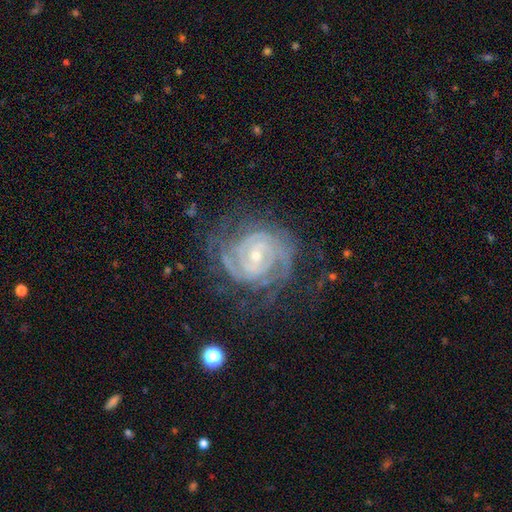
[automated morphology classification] Smooth or featured? Predicted: featured or disk (p=0.91). Edge-on disk? Predicted: no (p=0.97). Bar? Predicted: weak (p=0.42). Spiral arms? Predicted: yes (p=0.98). Spiral winding? Predicted: tight (p=0.77). Spiral arm count? Predicted: 2 (p=0.37). Bulge size? Predicted: small (p=0.70). Merging? Predicted: none (p=0.67).